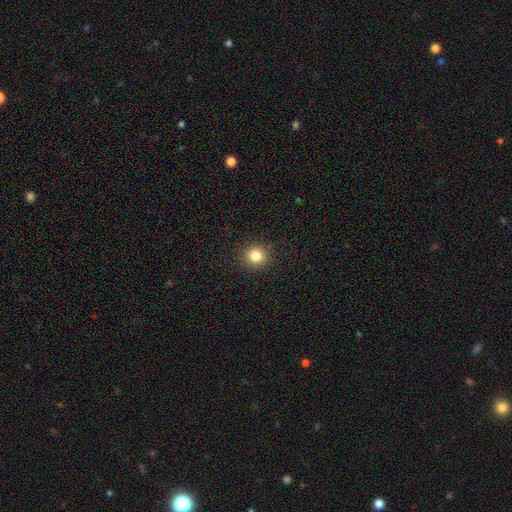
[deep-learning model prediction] A smooth galaxy with no disk features (82%) that is round (90%). Merging: none (91%).